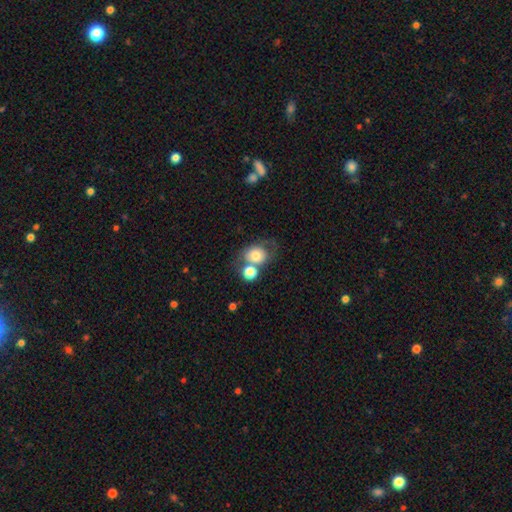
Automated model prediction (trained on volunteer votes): smooth-or-featured: smooth: 71% | featured or disk: 19% | star or artifact: 10%
  how-rounded: round: 64% | in between: 35% | cigar-shaped: 1%
  merging: none: 41% | merger: 37% | minor disturbance: 13% | major disturbance: 9%